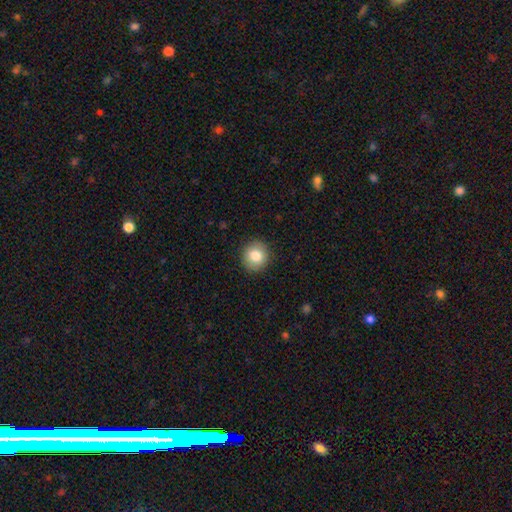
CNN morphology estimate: This appears to be a smooth galaxy with no disk features (82%) that is round (86%). Merging: none (90%).